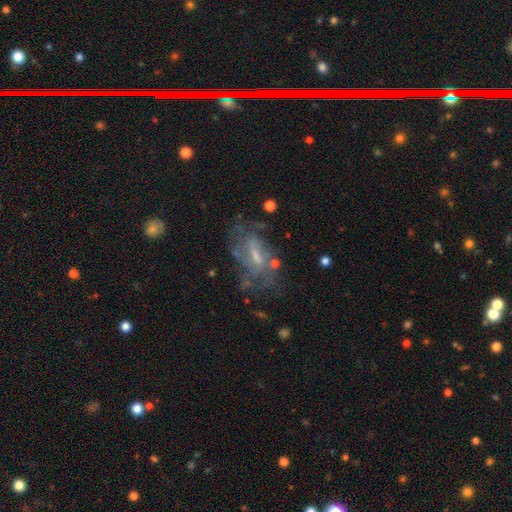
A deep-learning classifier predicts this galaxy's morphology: This appears to be a featured or disk galaxy (70%) with a weak bar (50%), spiral arms (70%) and a small central bulge (44%). Merging: none (56%).